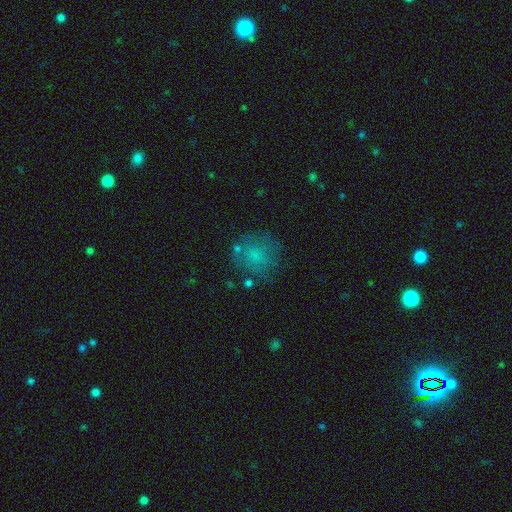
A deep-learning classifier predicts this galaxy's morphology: This appears to be a smooth galaxy with no disk features (68%) that is round (85%). Merging: none (67%).